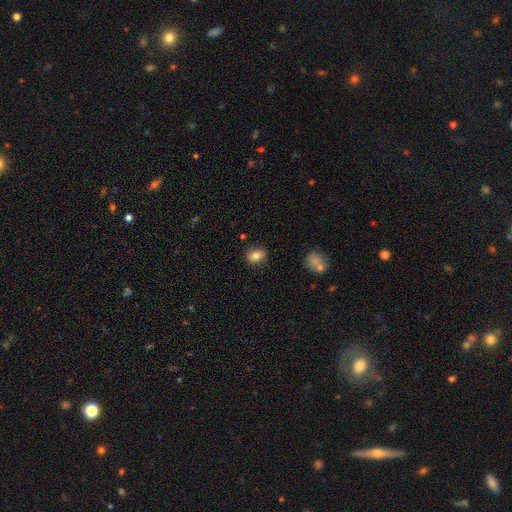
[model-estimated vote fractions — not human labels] This is clearly a smooth galaxy (82%). How rounded: likely in between (69%). Merging: clearly none (86%).